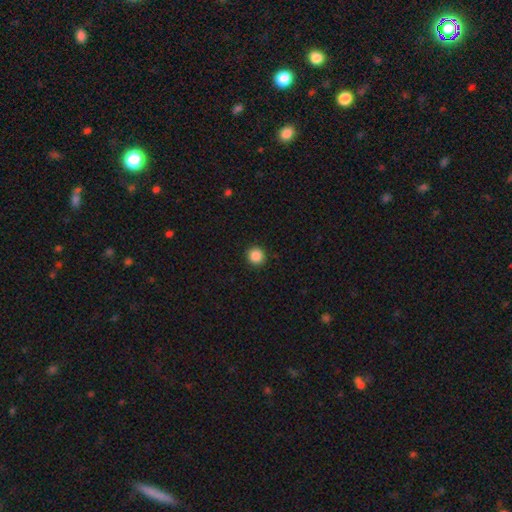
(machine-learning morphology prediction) This is clearly a smooth galaxy (87%). How rounded: clearly round (94%). Merging: clearly none (92%).